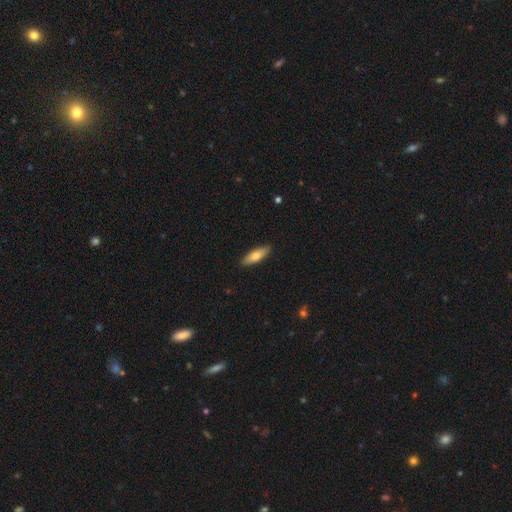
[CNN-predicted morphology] A smooth galaxy with no disk features (73%) that is cigar-shaped (52%). Merging: none (90%).